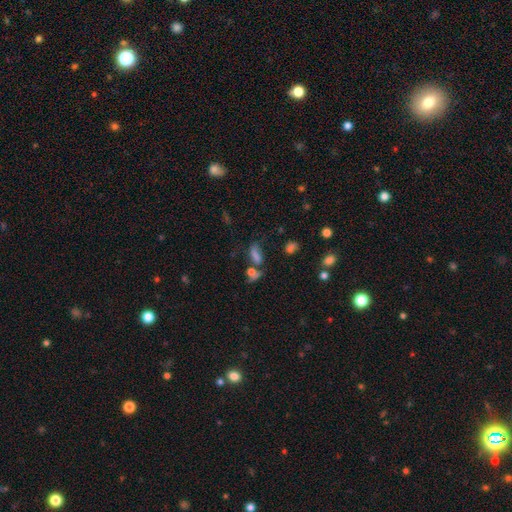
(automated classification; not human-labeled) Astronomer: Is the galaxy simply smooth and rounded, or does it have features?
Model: smooth — 54%.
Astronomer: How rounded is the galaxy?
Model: in between — 64%.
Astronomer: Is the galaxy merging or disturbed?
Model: none — 44% (runner-up: merger, 26%).